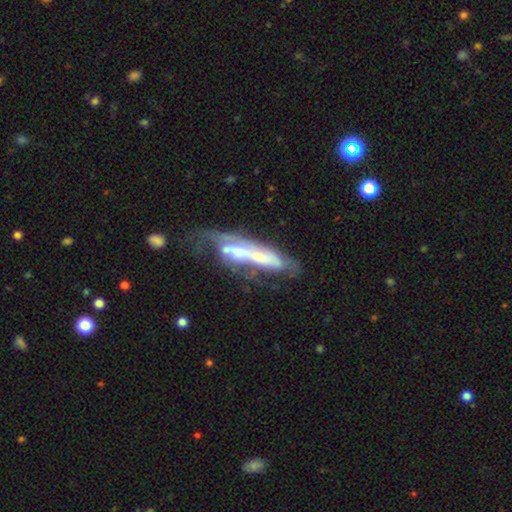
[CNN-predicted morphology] Smooth or featured? Predicted: featured or disk (p=0.69). Edge-on disk? Predicted: no (p=0.65). Merging? Predicted: none (p=0.28).